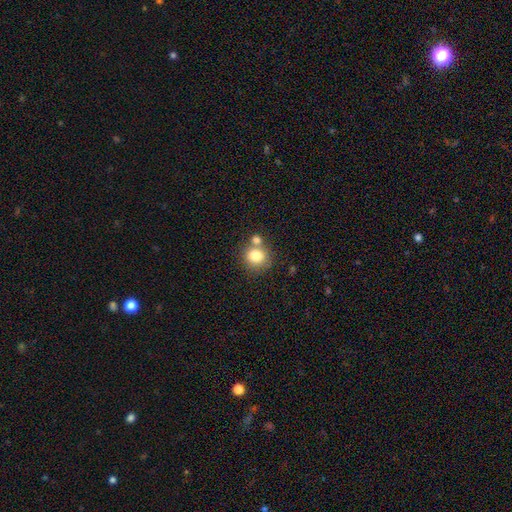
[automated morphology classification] This is clearly a smooth galaxy (80%). How rounded: clearly round (84%). Merging: possibly none (57%).